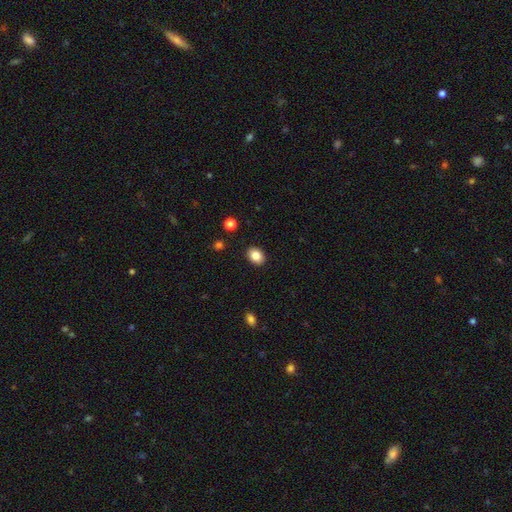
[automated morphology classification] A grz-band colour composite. It shows a smooth galaxy with no disk features (85%) that is in between round and cigar-shaped (63%). Merging: none (90%).